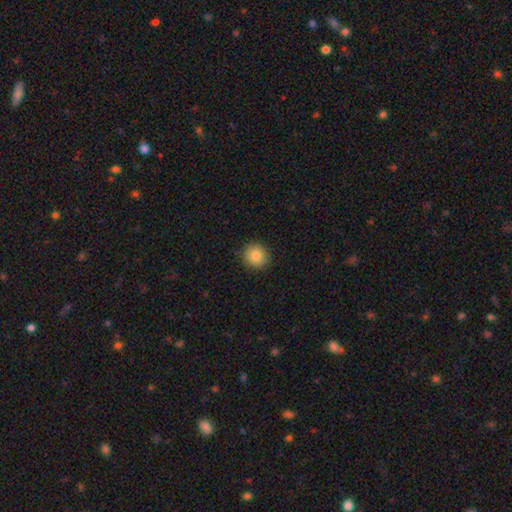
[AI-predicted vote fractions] This is clearly a smooth galaxy (84%). How rounded: clearly round (91%). Merging: clearly none (91%).